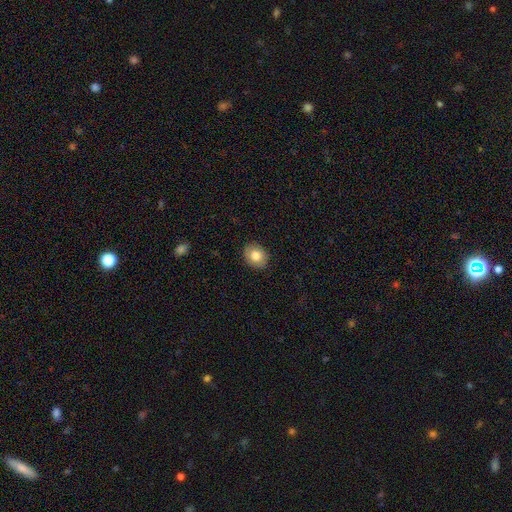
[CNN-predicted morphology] Smooth or featured? Predicted: smooth (p=0.81). How rounded? Predicted: in between (p=0.52). Merging? Predicted: none (p=0.89).